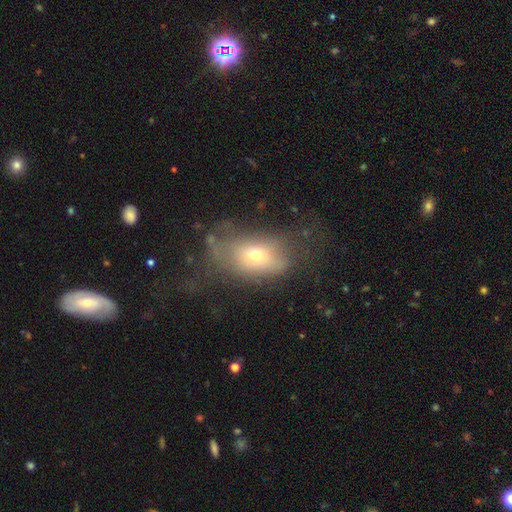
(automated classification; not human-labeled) A smooth galaxy with no disk features (59%) that is in between round and cigar-shaped (78%). Merging: none (37%).